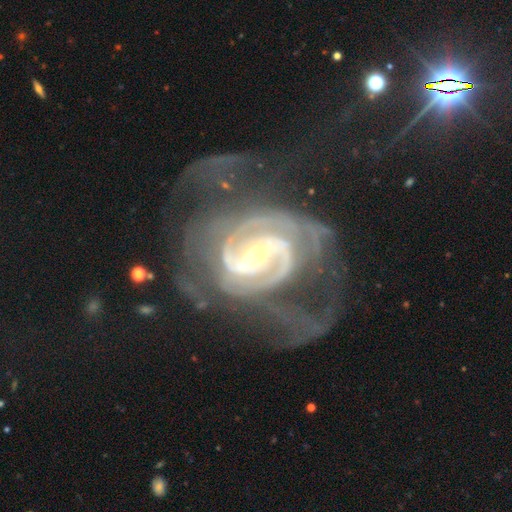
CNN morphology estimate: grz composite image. It shows a featured or disk galaxy (92%) with a weak bar (37%), 2 (63%) tight (48%) spiral arms (98%) and a small central bulge (73%). Merging: none (39%).